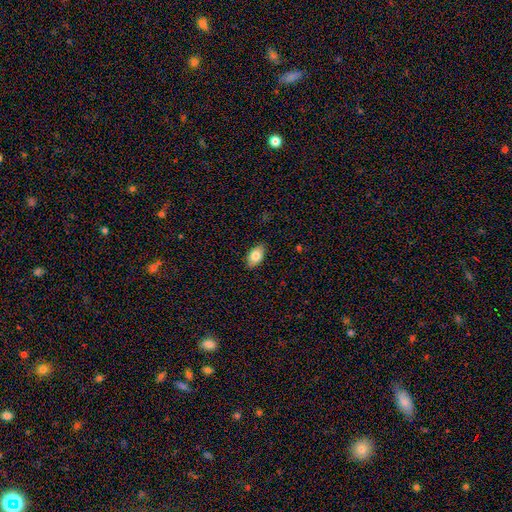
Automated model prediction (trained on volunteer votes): Q: Smooth or featured?
A: smooth (82%); runner-up: featured or disk (11%)
Q: How rounded?
A: in between (92%); runner-up: round (6%)
Q: Merging?
A: none (87%); runner-up: minor disturbance (10%)